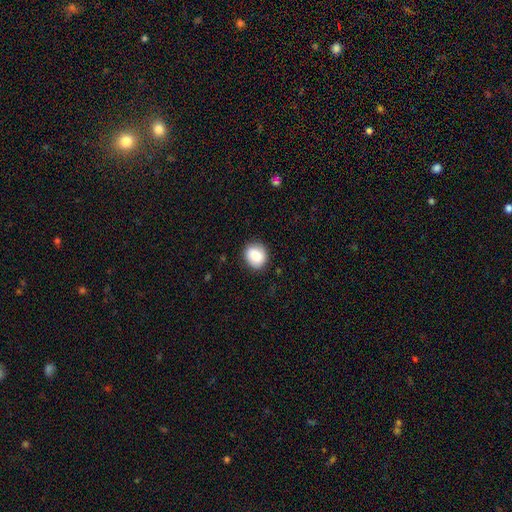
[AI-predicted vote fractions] This appears to be a smooth galaxy with no disk features (84%) that is round (63%). Merging: none (85%).